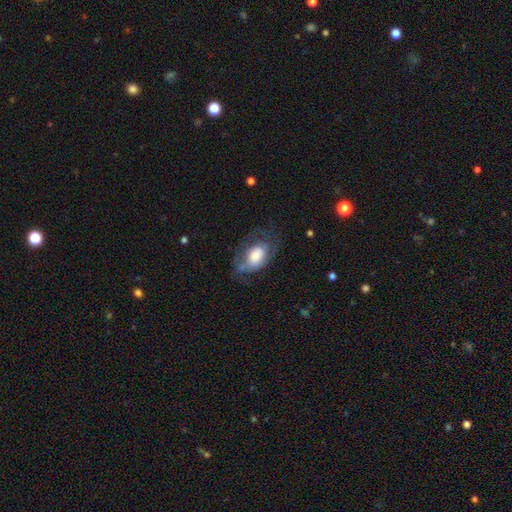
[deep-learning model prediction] Smooth or featured? smooth (51%)
How rounded? in between (87%)
Merging? none (48%)